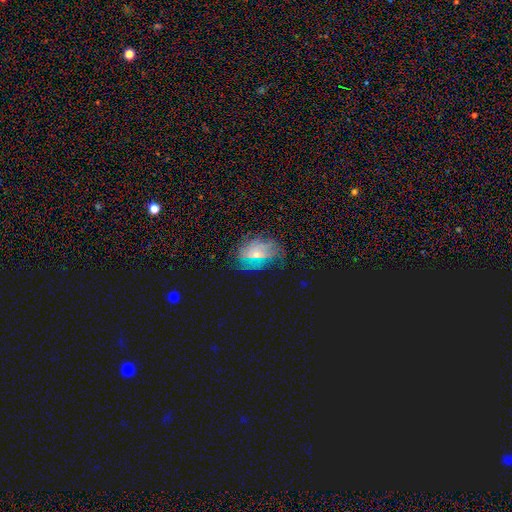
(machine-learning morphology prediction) Smooth or featured? Predicted: smooth (p=0.43). Merging? Predicted: none (p=0.70).